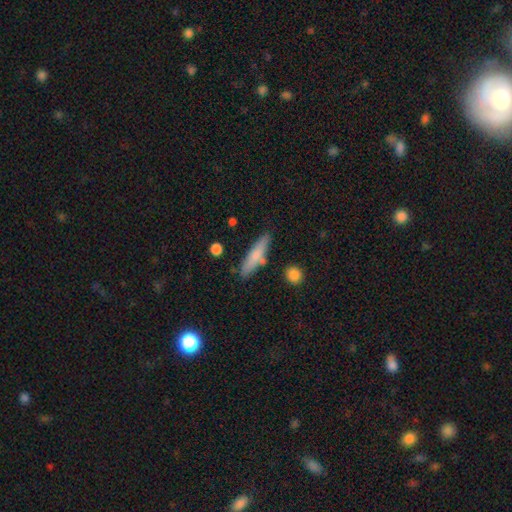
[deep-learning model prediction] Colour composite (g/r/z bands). It shows a smooth galaxy with no disk features (72%) that is cigar-shaped (78%). Merging: none (79%).